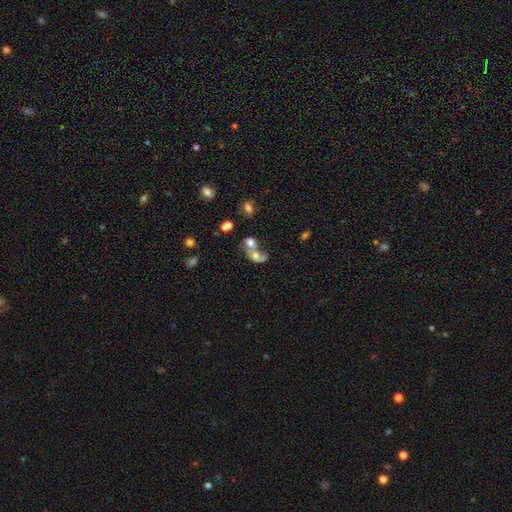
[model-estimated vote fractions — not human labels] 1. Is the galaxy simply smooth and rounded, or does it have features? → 54% smooth, 33% featured or disk, 13% star or artifact.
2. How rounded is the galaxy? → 55% in between, 43% round, 2% cigar-shaped.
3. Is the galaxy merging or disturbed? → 74% merger, 11% none, 9% major disturbance, 5% minor disturbance.